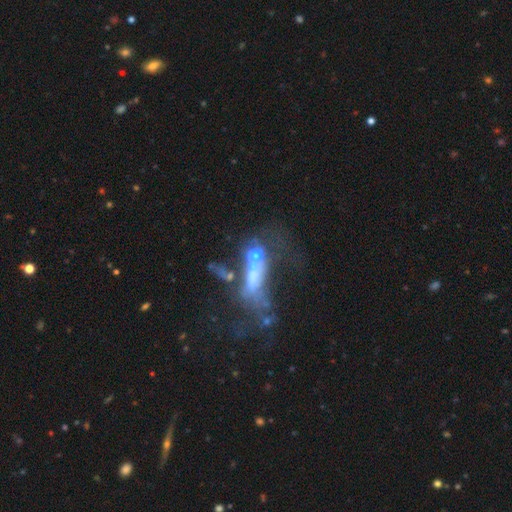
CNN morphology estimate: Q: Smooth or featured?
A: featured or disk (40%); tied with: smooth (40%)
Q: Merging?
A: merger (47%); runner-up: major disturbance (25%)